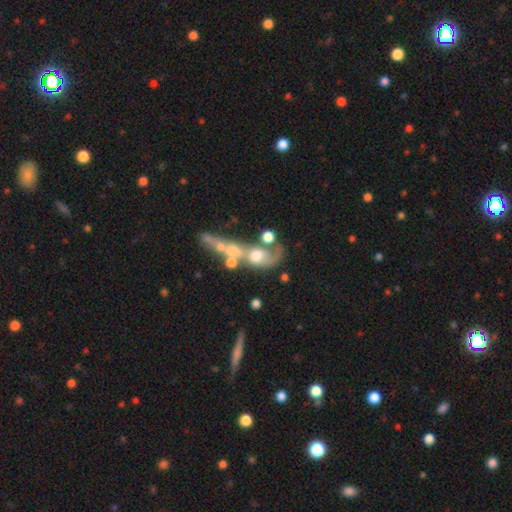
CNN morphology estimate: The model was most divided on "smooth or featured": featured or disk: 49%, smooth: 37%, star or artifact: 14%. More confident: merging — merger (57%).